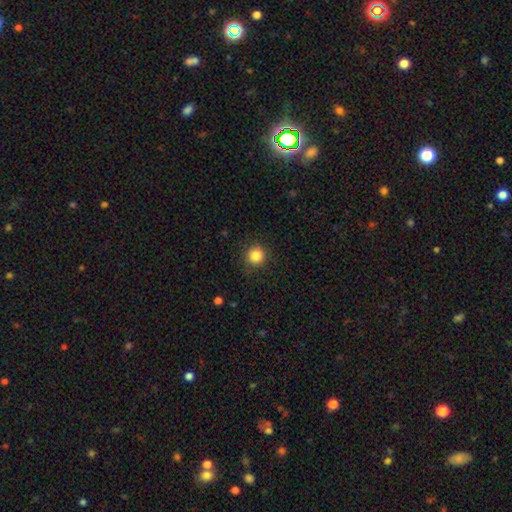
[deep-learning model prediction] Morphology: type=smooth (84%); roundness=round (94%); merging=none (85%).